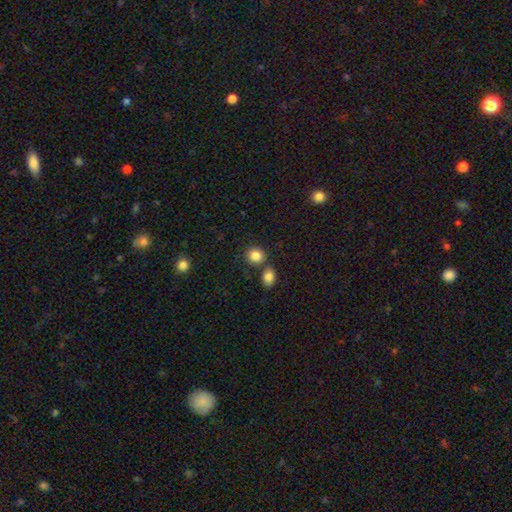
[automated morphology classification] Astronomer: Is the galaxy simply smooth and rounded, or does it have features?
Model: smooth — 86%.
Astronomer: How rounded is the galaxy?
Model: round — 79%.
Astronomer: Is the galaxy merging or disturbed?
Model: none — 70%.